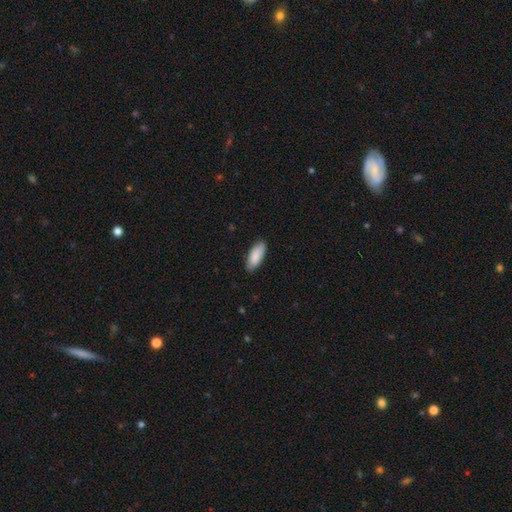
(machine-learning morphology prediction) Smooth or featured?
  - smooth: 86% *
  - featured or disk: 8%
  - star or artifact: 5%
How rounded?
  - in between: 77% *
  - cigar-shaped: 22%
  - round: 2%
Merging?
  - none: 84% *
  - minor disturbance: 13%
  - major disturbance: 2%
  - merger: 1%